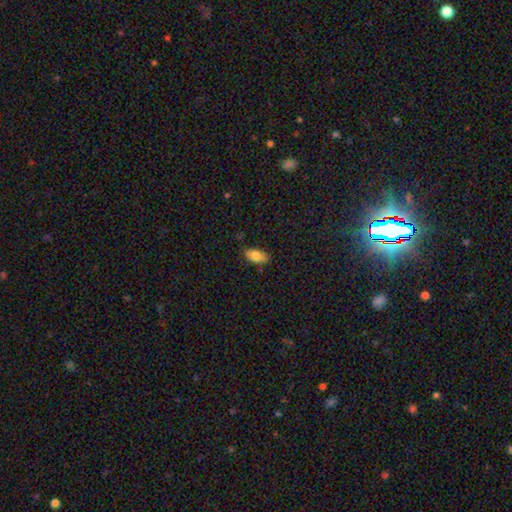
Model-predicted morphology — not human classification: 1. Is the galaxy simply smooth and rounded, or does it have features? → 81% smooth, 12% featured or disk, 7% star or artifact.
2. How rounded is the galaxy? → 91% in between, 5% cigar-shaped, 4% round.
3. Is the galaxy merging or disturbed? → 82% none, 14% minor disturbance, 2% major disturbance, 1% merger.